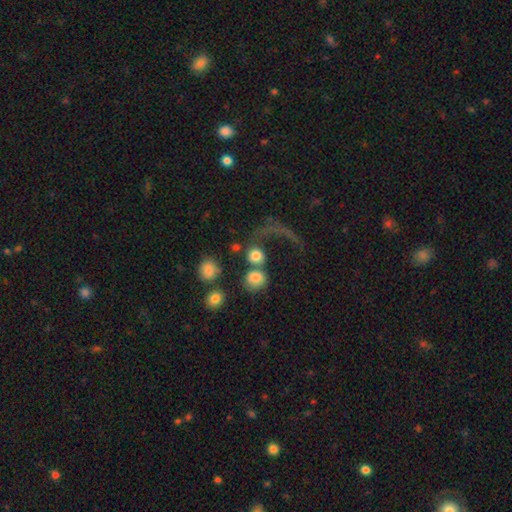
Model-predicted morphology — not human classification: Smooth or featured: smooth — 72% (featured or disk — 17%)
How rounded: round — 83% (in between — 15%)
Merging: merger — 32% (major disturbance — 31%)